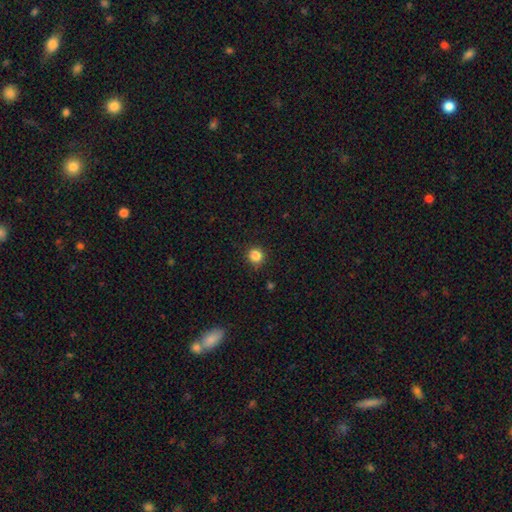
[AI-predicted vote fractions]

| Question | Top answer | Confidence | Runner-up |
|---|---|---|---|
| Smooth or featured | smooth | 85% | star or artifact (11%) |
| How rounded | round | 92% | in between (8%) |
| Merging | none | 88% | minor disturbance (9%) |